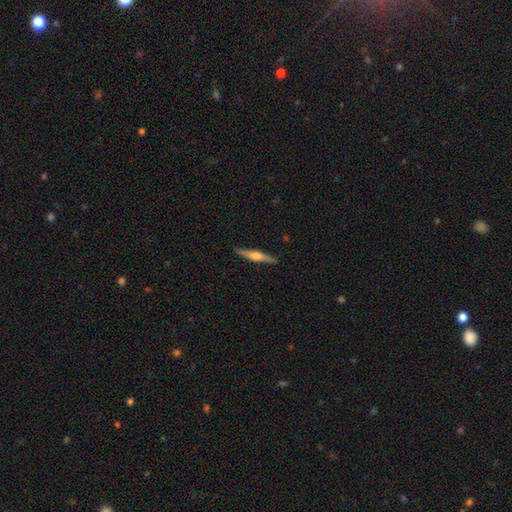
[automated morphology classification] This is likely a featured or disk galaxy (65%). It is clearly viewed edge-on (97%). Edge-on bulge: likely rounded (80%). Merging: clearly none (91%).